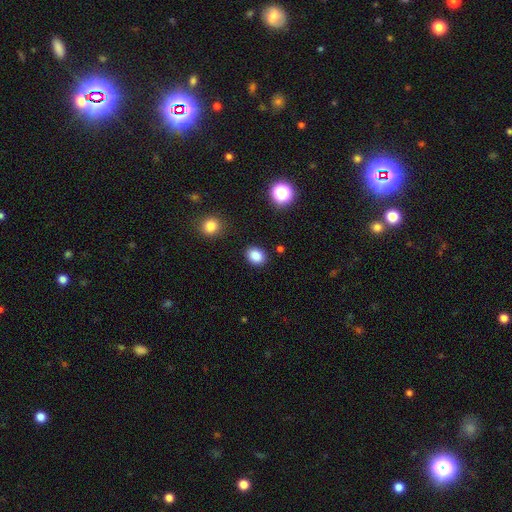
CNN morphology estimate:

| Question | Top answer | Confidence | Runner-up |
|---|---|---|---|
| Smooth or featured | smooth | 85% | star or artifact (10%) |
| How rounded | in between | 54% | round (45%) |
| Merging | none | 87% | minor disturbance (8%) |